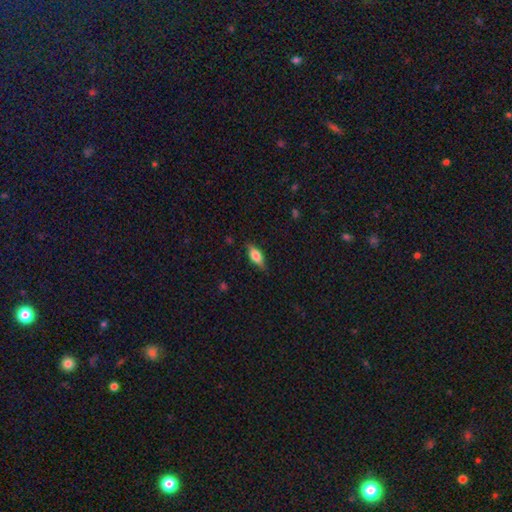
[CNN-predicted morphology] The model was most divided on "smooth or featured": smooth: 60%, featured or disk: 32%, star or artifact: 7%. More confident: merging — none (81%); how rounded — in between (71%).